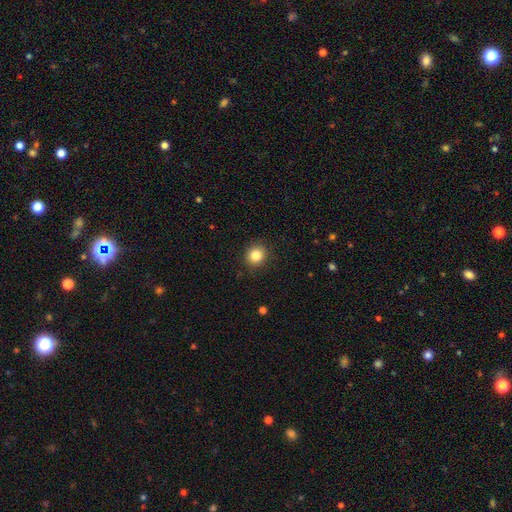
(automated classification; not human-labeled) This is clearly a smooth galaxy (83%). How rounded: clearly round (87%). Merging: clearly none (90%).